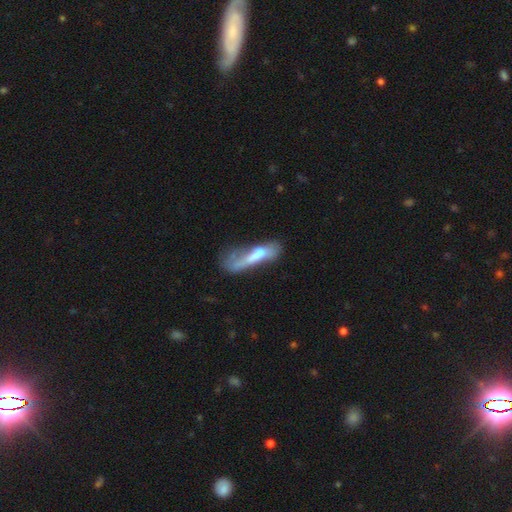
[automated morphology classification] This is possibly a smooth galaxy (52%). How rounded: likely cigar-shaped (74%). Merging: marginally major disturbance (38%).